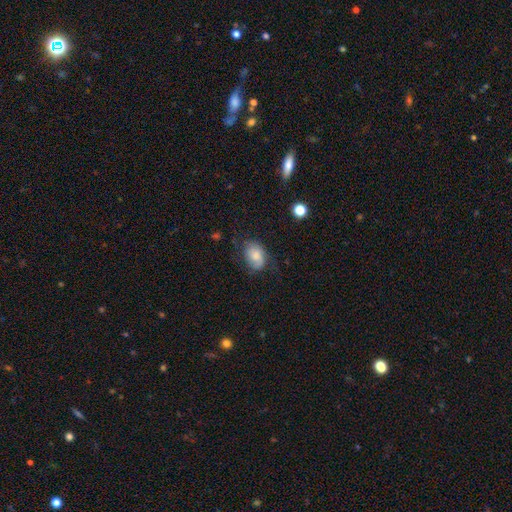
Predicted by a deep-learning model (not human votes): Overall: smooth (69%). How rounded: in between (80%). Merging: none (55%; minor disturbance 30%).